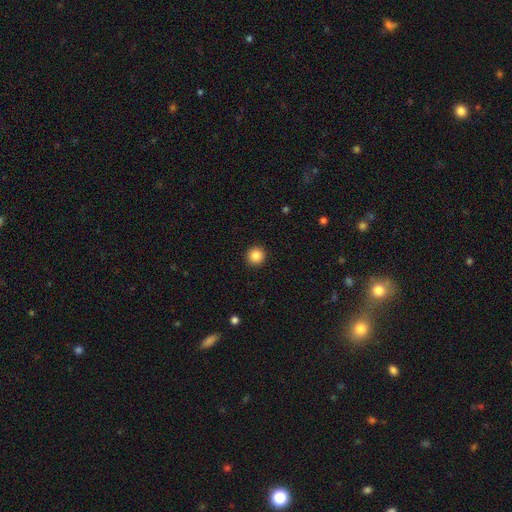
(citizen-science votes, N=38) A smooth galaxy with no disk features (92%) that is round (97%). Merging: none (100%).